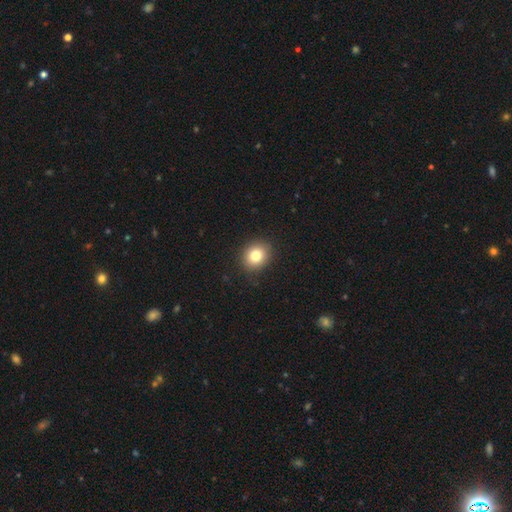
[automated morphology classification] Overall: smooth (80%). How rounded: round (68%; in between 31%). Merging: none (89%).